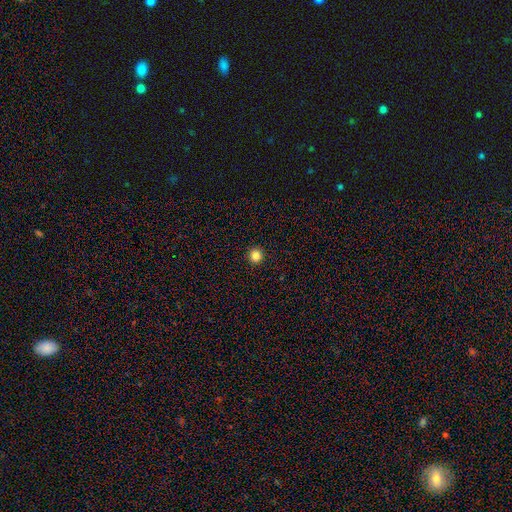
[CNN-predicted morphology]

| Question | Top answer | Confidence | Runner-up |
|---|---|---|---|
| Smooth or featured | smooth | 84% | star or artifact (12%) |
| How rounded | round | 94% | in between (5%) |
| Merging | none | 94% | minor disturbance (4%) |